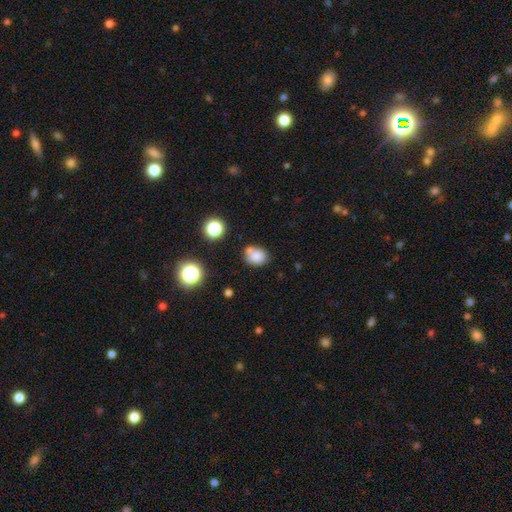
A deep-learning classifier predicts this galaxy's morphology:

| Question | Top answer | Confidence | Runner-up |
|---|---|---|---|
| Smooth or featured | smooth | 79% | star or artifact (12%) |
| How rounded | in between | 52% | round (47%) |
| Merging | none | 57% | minor disturbance (19%) |